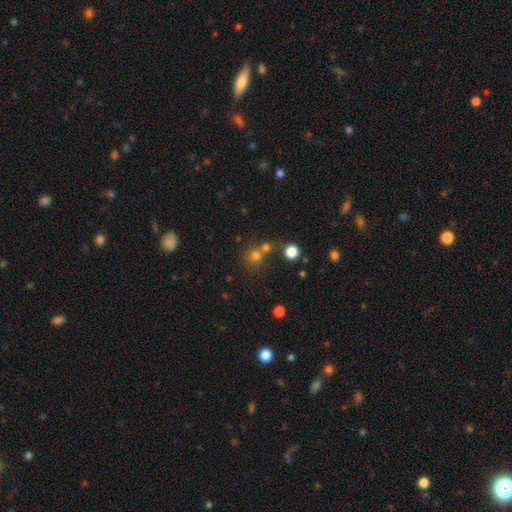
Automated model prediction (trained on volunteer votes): A smooth galaxy with no disk features (70%) that is round (87%). Merging: none (54%).